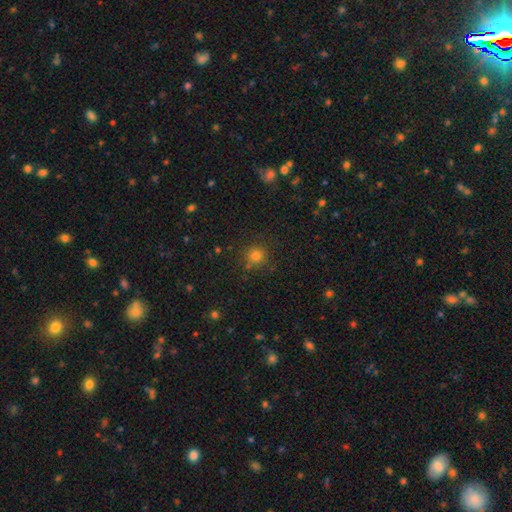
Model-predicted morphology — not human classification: smooth_or_featured: smooth (p=0.78) [alt: star or artifact p=0.17]
how_rounded: round (p=0.92) [alt: in between p=0.07]
merging: none (p=0.82) [alt: minor disturbance p=0.09]